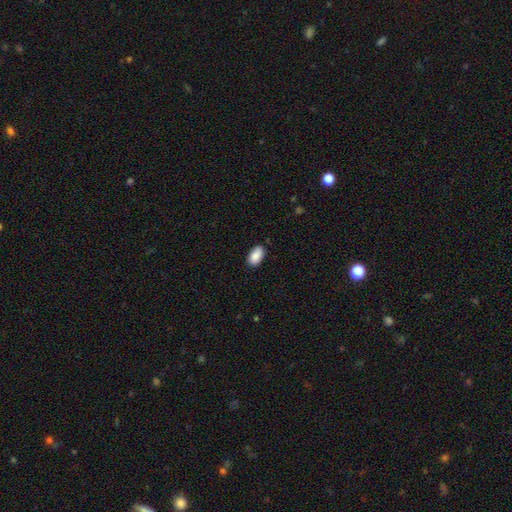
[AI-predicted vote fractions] Morphology: type=smooth (89%); roundness=in between (94%); merging=none (86%).